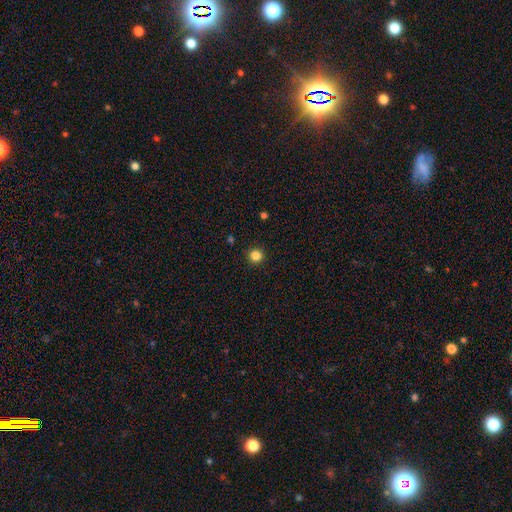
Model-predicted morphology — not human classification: Q: Smooth or featured?
A: smooth (84%); runner-up: star or artifact (12%)
Q: How rounded?
A: round (95%); runner-up: in between (4%)
Q: Merging?
A: none (93%); runner-up: minor disturbance (5%)